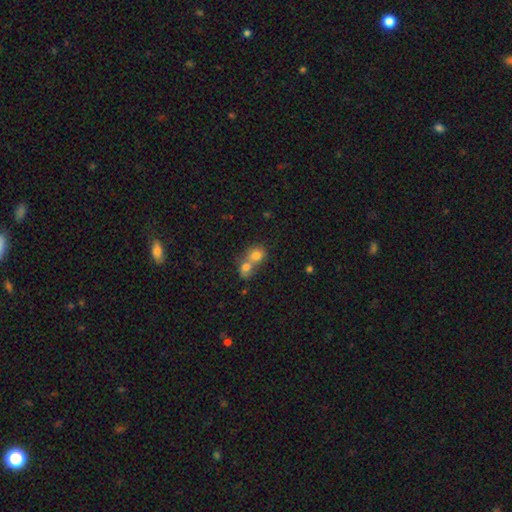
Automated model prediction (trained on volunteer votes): smooth_or_featured: smooth (p=0.76) [alt: featured or disk p=0.13]
how_rounded: round (p=0.66) [alt: in between p=0.33]
merging: merger (p=0.72) [alt: none p=0.21]